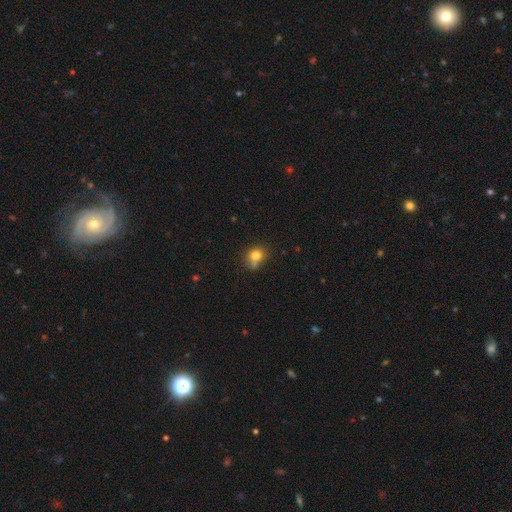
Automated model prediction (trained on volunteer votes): This appears to be a smooth galaxy with no disk features (78%) that is round (68%). Merging: none (55%).